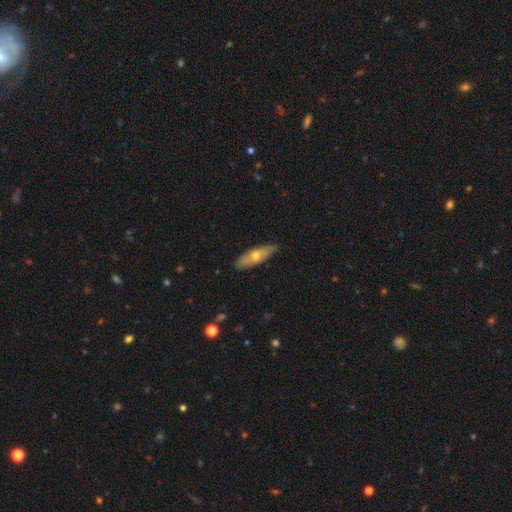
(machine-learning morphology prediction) Q: Smooth or featured?
A: smooth (54%); runner-up: featured or disk (40%)
Q: How rounded?
A: cigar-shaped (49%); runner-up: in between (48%)
Q: Merging?
A: none (83%); runner-up: minor disturbance (14%)